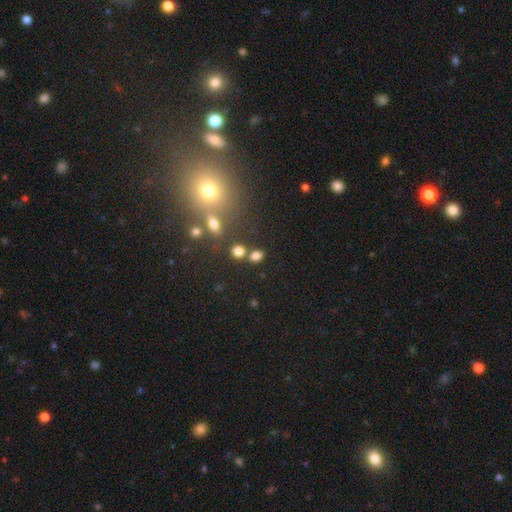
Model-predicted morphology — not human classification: Smooth or featured? Predicted: smooth (p=0.77). How rounded? Predicted: in between (p=0.54). Merging? Predicted: none (p=0.66).